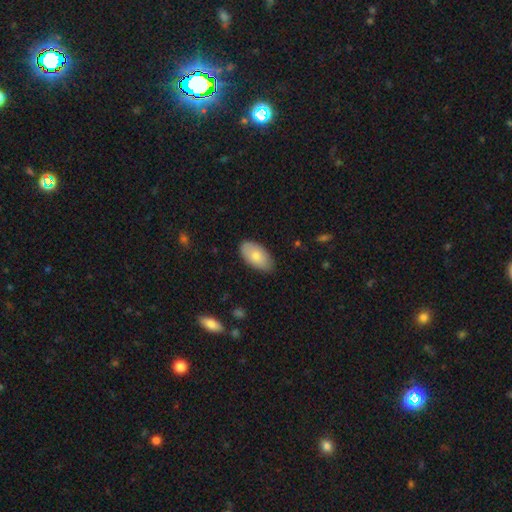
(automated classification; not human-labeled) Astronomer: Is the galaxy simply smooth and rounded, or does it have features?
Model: smooth — 77%.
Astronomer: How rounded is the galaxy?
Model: in between — 95%.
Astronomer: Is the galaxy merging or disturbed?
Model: none — 81%.